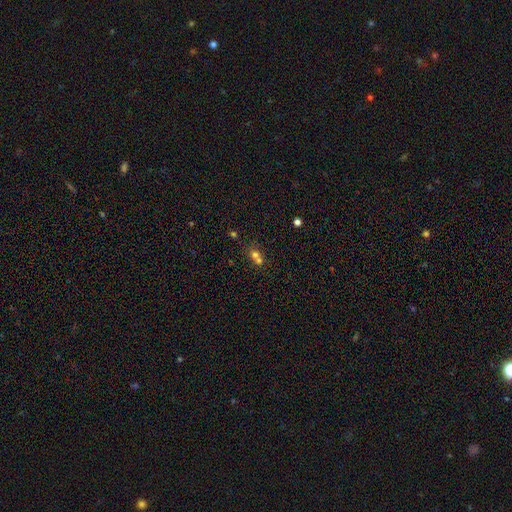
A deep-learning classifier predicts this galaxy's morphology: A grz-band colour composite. It shows a smooth galaxy with no disk features (63%) that is round (73%). Merging: merger (59%).